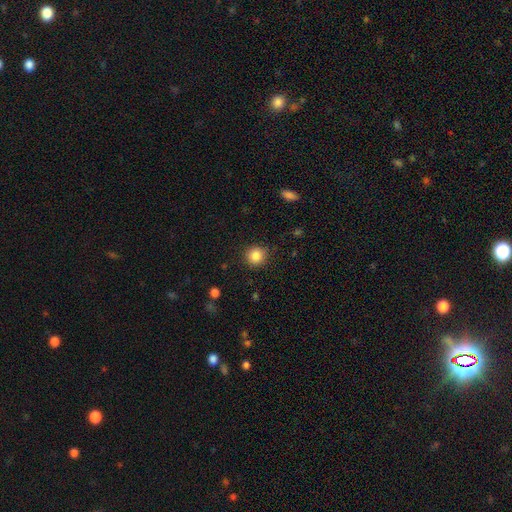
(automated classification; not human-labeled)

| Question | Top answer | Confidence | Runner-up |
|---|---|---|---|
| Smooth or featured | smooth | 85% | star or artifact (10%) |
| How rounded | round | 92% | in between (7%) |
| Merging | none | 89% | minor disturbance (8%) |